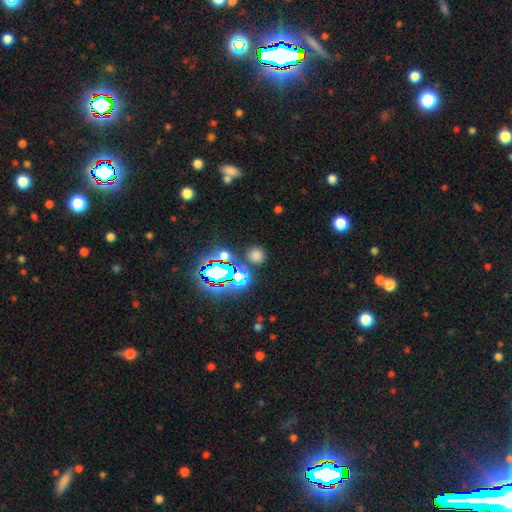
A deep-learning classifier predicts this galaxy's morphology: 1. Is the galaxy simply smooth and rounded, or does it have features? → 64% smooth, 30% star or artifact, 6% featured or disk.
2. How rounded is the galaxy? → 90% round, 9% in between, 1% cigar-shaped.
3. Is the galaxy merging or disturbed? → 83% none, 8% minor disturbance, 5% merger, 4% major disturbance.